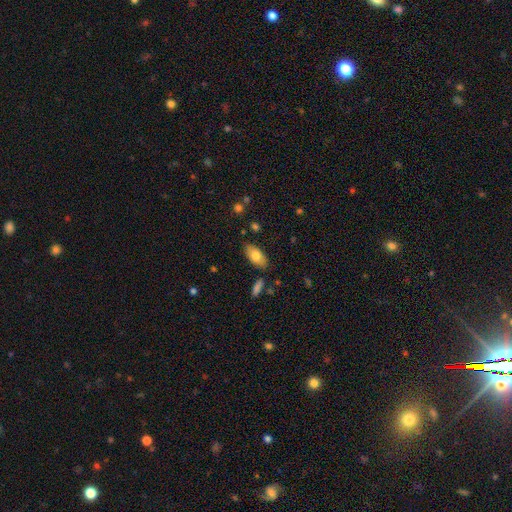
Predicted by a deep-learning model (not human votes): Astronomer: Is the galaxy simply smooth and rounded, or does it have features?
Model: smooth — 76%.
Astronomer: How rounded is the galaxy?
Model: in between — 91%.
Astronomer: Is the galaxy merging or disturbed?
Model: none — 83%.